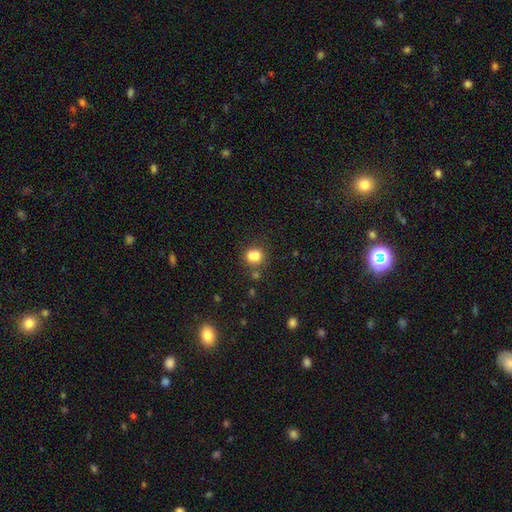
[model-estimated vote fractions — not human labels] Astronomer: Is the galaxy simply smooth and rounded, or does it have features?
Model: smooth — 77%.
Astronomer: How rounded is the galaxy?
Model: round — 73%.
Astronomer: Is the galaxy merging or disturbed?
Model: none — 45% (runner-up: merger, 39%).